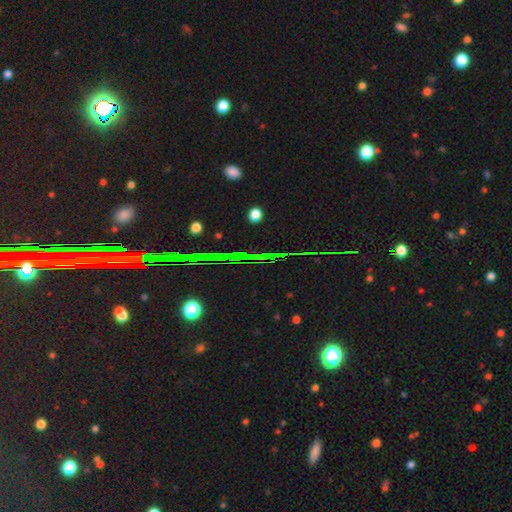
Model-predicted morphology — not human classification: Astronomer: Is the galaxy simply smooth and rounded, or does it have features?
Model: star or artifact — 76%.